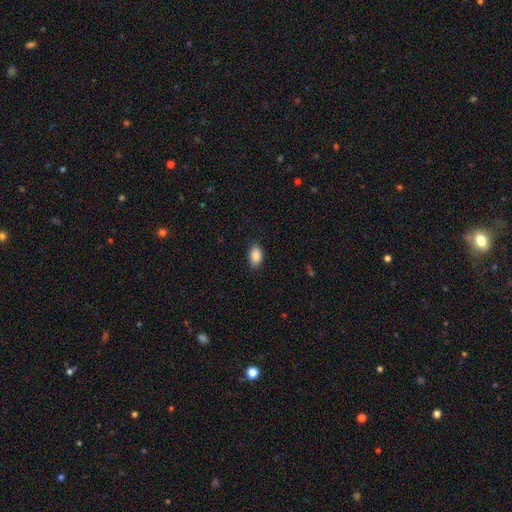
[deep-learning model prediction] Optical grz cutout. It shows a smooth galaxy with no disk features (89%) that is in between round and cigar-shaped (92%). Merging: none (87%).